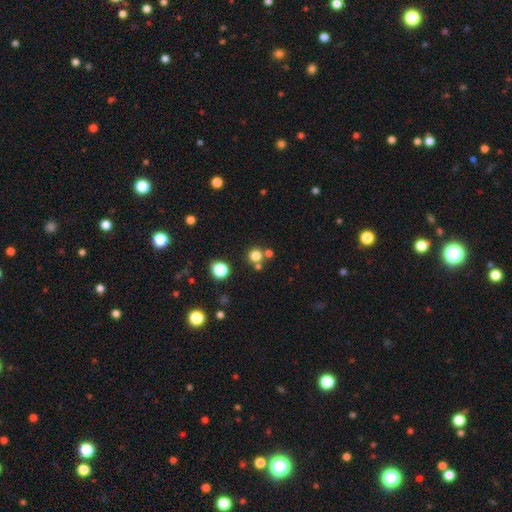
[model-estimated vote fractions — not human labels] smooth_or_featured: smooth (p=0.77) [alt: star or artifact p=0.17]
how_rounded: round (p=0.93) [alt: in between p=0.06]
merging: none (p=0.71) [alt: merger p=0.18]